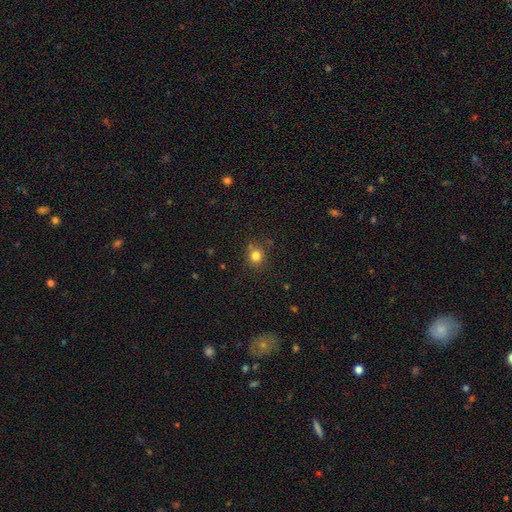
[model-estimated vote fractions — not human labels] This is clearly a smooth galaxy (81%). How rounded: clearly round (86%). Merging: likely none (78%).